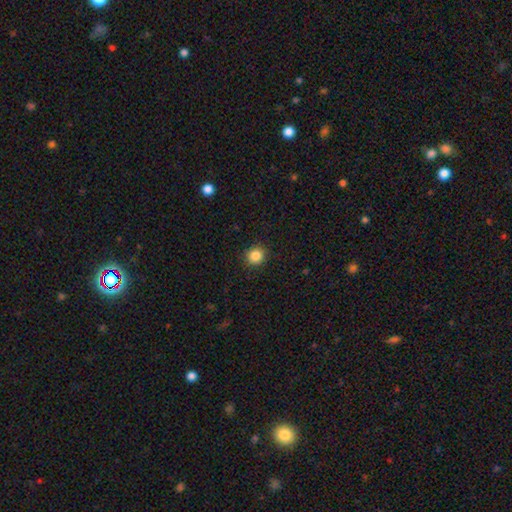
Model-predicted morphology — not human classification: This is clearly a smooth galaxy (85%). How rounded: clearly round (89%). Merging: clearly none (91%).